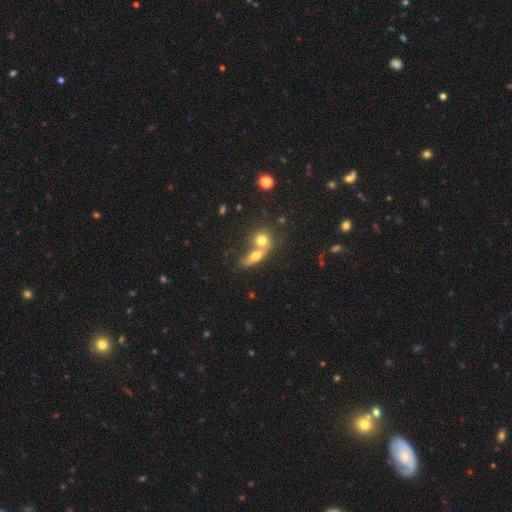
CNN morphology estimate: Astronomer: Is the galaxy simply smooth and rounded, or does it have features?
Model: smooth — 66%.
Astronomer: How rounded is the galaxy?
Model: in between — 56%.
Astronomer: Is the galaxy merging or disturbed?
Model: merger — 64%.